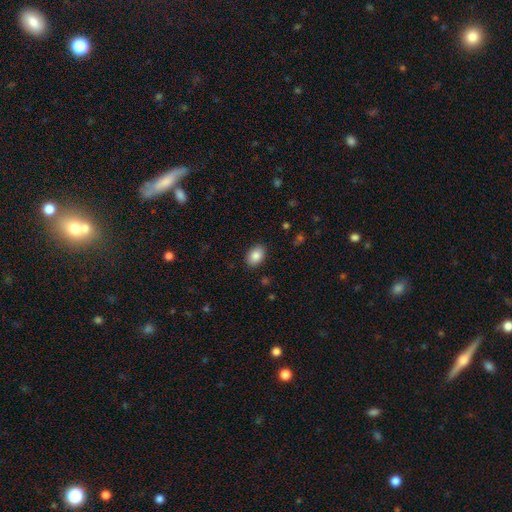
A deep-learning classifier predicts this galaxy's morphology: smooth_or_featured: smooth (p=0.87) [alt: star or artifact p=0.08]
how_rounded: in between (p=0.82) [alt: round p=0.17]
merging: none (p=0.88) [alt: minor disturbance p=0.08]